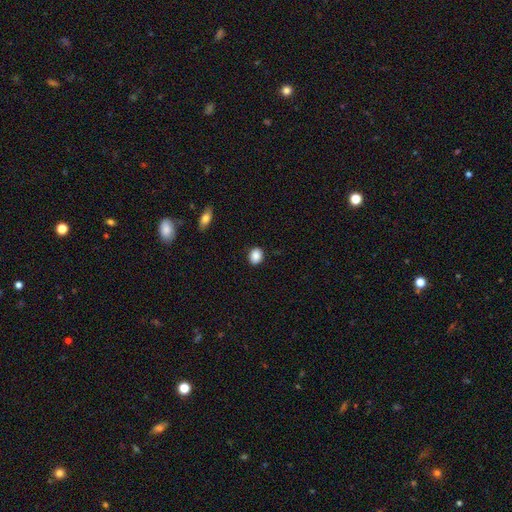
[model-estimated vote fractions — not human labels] Smooth or featured? Predicted: smooth (p=0.89). How rounded? Predicted: round (p=0.52). Merging? Predicted: none (p=0.89).